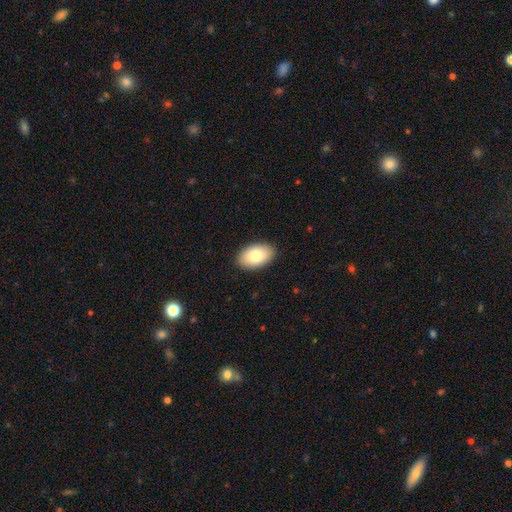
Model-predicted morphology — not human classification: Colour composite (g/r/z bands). It shows a smooth galaxy with no disk features (81%) that is in between round and cigar-shaped (94%). Merging: none (90%).